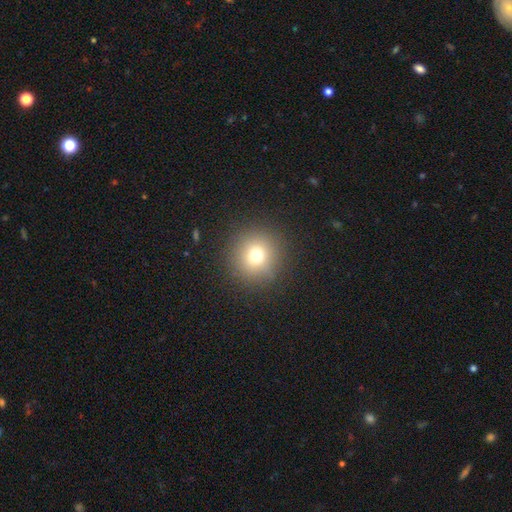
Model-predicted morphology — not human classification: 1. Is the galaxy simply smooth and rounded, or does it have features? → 73% smooth, 17% star or artifact, 10% featured or disk.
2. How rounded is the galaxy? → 94% round, 5% in between, 1% cigar-shaped.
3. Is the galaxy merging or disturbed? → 90% none, 6% minor disturbance, 3% major disturbance, 1% merger.